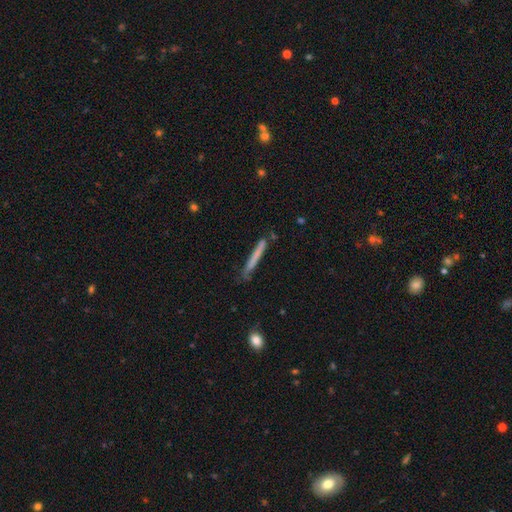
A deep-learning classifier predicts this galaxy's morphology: smooth-or-featured: smooth: 63% | featured or disk: 30% | star or artifact: 7%
  how-rounded: cigar-shaped: 97% | in between: 2% | round: 1%
  merging: none: 75% | minor disturbance: 18% | major disturbance: 4% | merger: 3%